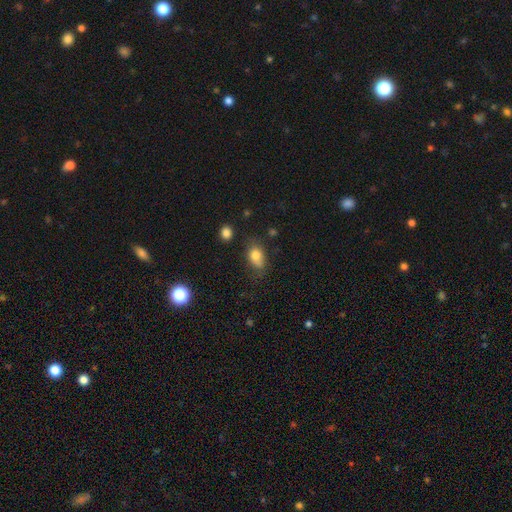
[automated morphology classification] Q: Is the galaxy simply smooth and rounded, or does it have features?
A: smooth — 80%.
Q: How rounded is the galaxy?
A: in between — 76%.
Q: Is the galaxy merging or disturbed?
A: none — 59%.